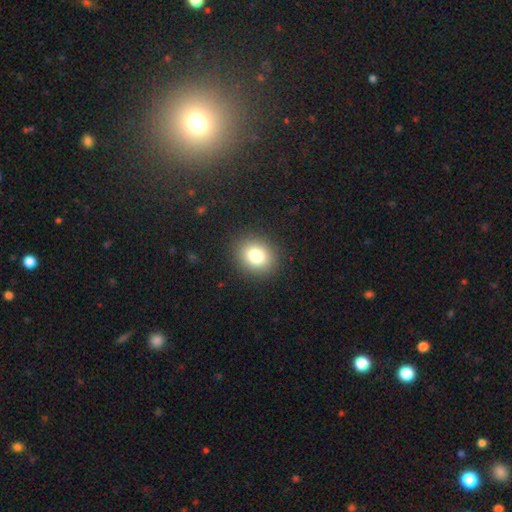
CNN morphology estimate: This is clearly a smooth galaxy (81%). How rounded: likely round (64%). Merging: clearly none (90%).